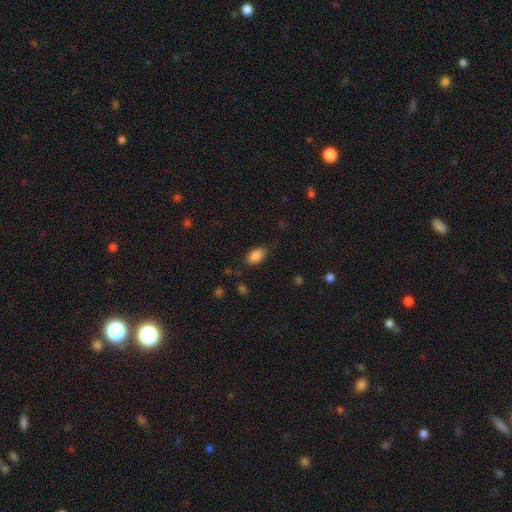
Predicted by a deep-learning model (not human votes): Morphology: type=smooth (87%); roundness=in between (93%); merging=none (80%).